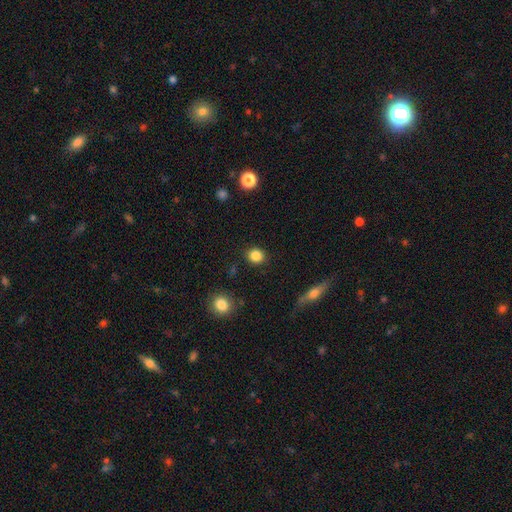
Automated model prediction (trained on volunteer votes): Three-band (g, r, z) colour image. It shows a smooth galaxy with no disk features (86%) that is round (81%). Merging: none (88%).